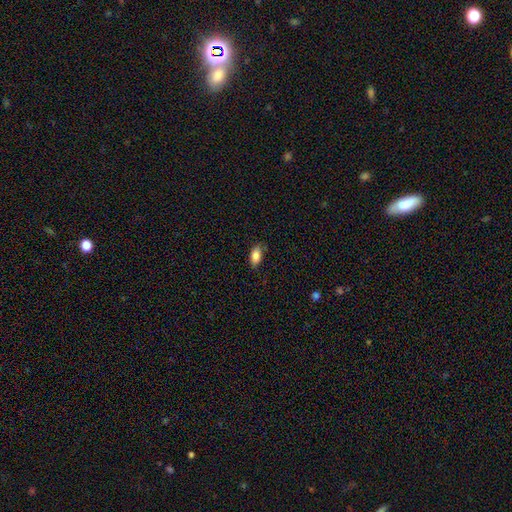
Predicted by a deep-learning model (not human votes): Smooth or featured?
  - smooth: 86% *
  - star or artifact: 8%
  - featured or disk: 7%
How rounded?
  - in between: 90% *
  - cigar-shaped: 6%
  - round: 4%
Merging?
  - none: 80% *
  - minor disturbance: 16%
  - major disturbance: 3%
  - merger: 1%